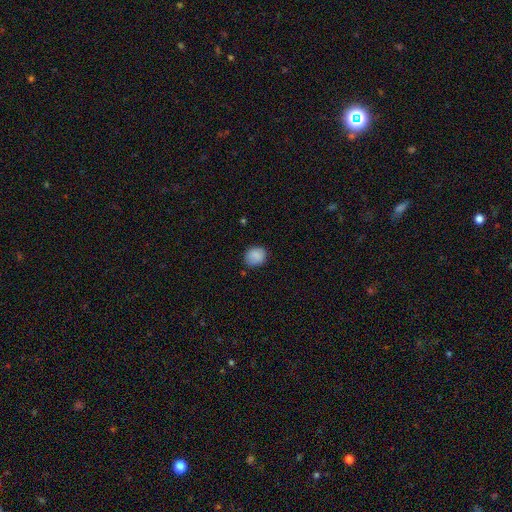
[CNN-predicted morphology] This appears to be a smooth galaxy with no disk features (87%) that is round (68%). Merging: none (80%).